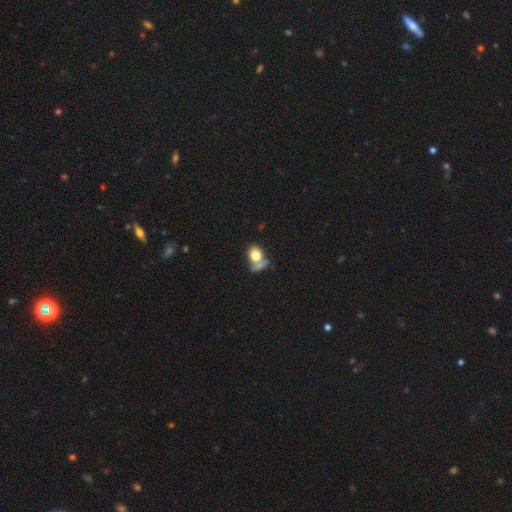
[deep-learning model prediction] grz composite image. It shows a smooth galaxy with no disk features (78%) that is in between round and cigar-shaped (51%). Merging: none (38%).